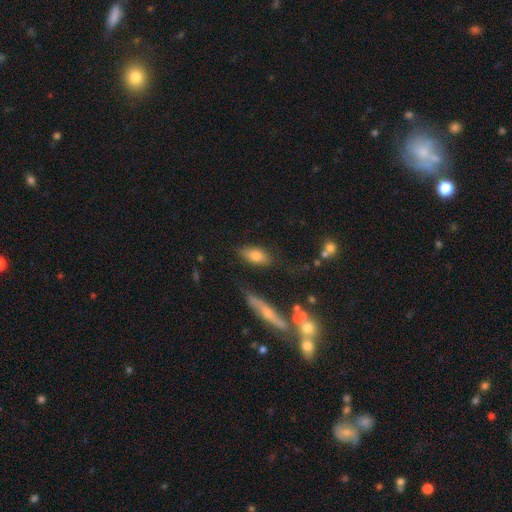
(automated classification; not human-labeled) Q: Smooth or featured?
A: smooth (76%); runner-up: featured or disk (16%)
Q: How rounded?
A: in between (85%); runner-up: cigar-shaped (10%)
Q: Merging?
A: none (75%); runner-up: minor disturbance (15%)